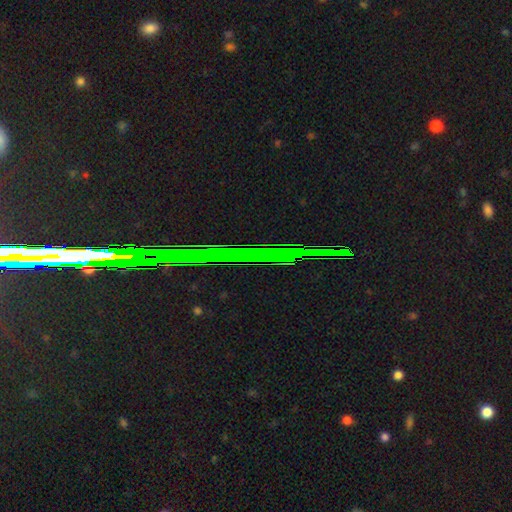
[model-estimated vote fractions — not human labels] Overall: star or artifact (80%).